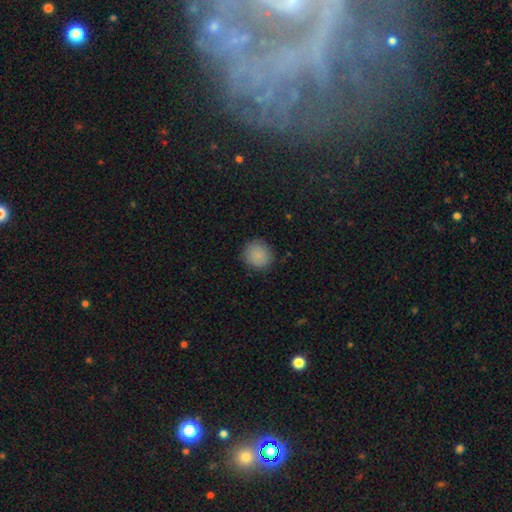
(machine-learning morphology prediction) Overall: smooth (87%). How rounded: round (89%). Merging: none (87%).